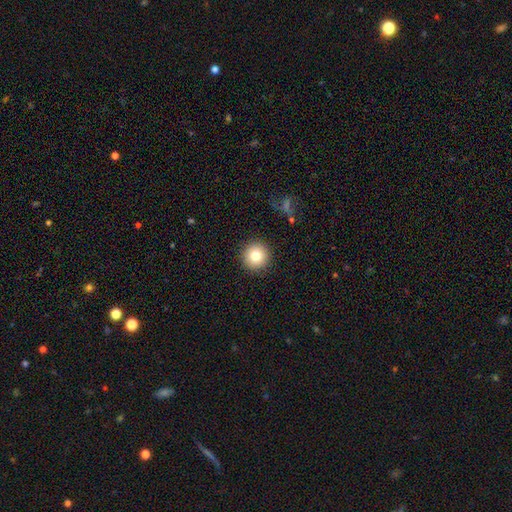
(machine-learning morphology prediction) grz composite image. It shows a smooth galaxy with no disk features (80%) that is round (95%). Merging: none (91%).